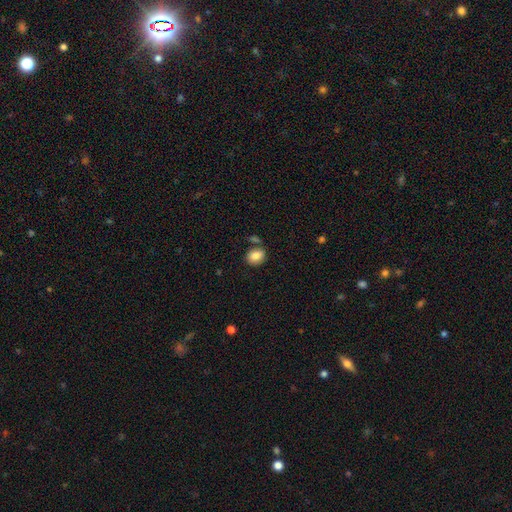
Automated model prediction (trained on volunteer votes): smooth_or_featured: smooth (p=0.85) [alt: star or artifact p=0.08]
how_rounded: in between (p=0.60) [alt: round p=0.39]
merging: none (p=0.69) [alt: minor disturbance p=0.15]